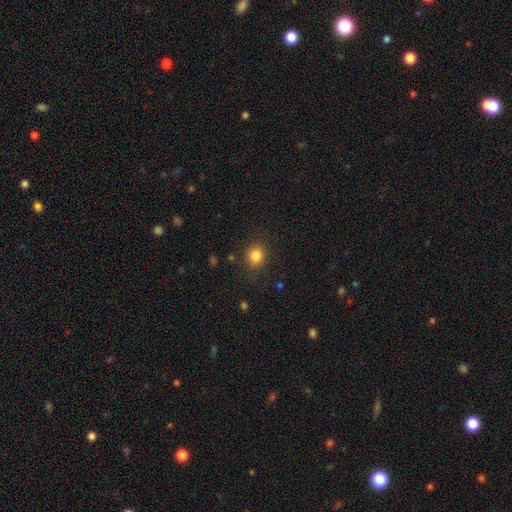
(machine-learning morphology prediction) This is clearly a smooth galaxy (83%). How rounded: likely round (75%). Merging: clearly none (84%).